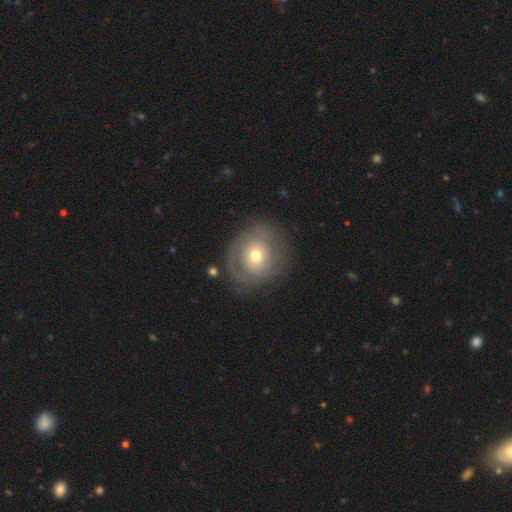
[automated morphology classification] A featured or disk galaxy (49%). Merging: none (69%).